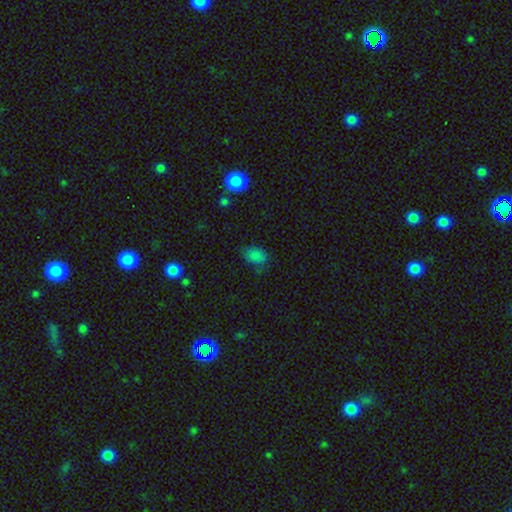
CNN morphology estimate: Smooth or featured: smooth — 80% (star or artifact — 15%)
How rounded: in between — 81% (round — 18%)
Merging: none — 66% (minor disturbance — 25%)